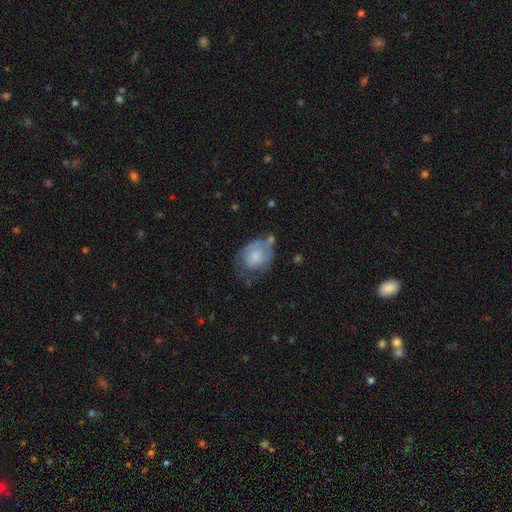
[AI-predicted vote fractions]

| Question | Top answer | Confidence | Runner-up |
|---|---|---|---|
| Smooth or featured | smooth | 56% | featured or disk (36%) |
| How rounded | in between | 61% | round (38%) |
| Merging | minor disturbance | 34% | none (30%) |